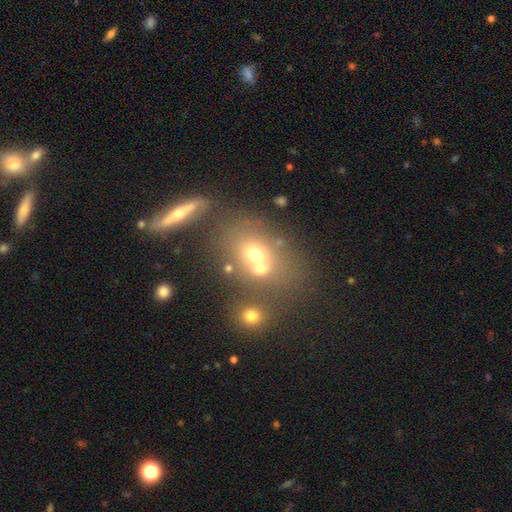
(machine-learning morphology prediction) A smooth galaxy with no disk features (56%) that is round (49%, tied with in between).

Vote fractions:
- Smooth or featured? smooth: 56% / featured or disk: 26% / star or artifact: 18%
- How rounded? round: 49% (tied) / in between: 49% (tied) / cigar-shaped: 3%
- Merging? merger: 42% / none: 41% / minor disturbance: 11% / major disturbance: 6%